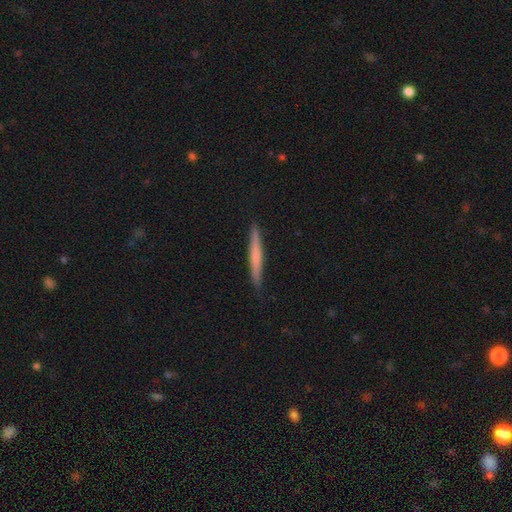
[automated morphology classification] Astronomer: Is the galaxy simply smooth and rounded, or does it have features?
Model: smooth — 56% (runner-up: featured or disk, 38%).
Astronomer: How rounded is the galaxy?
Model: cigar-shaped — 96%.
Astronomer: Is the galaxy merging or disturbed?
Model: none — 89%.